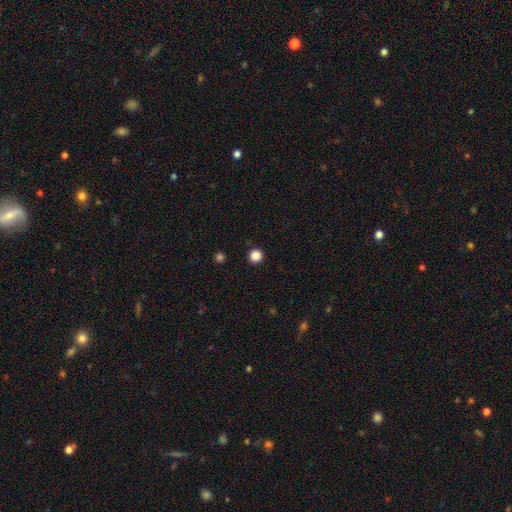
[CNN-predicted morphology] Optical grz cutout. It shows a smooth galaxy with no disk features (86%) that is round (96%). Merging: none (93%).